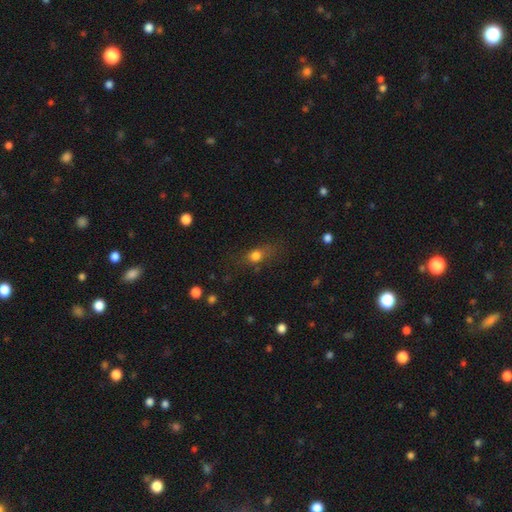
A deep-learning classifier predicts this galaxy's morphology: This appears to be a smooth galaxy with no disk features (73%) that is in between round and cigar-shaped (50%). Merging: none (62%).